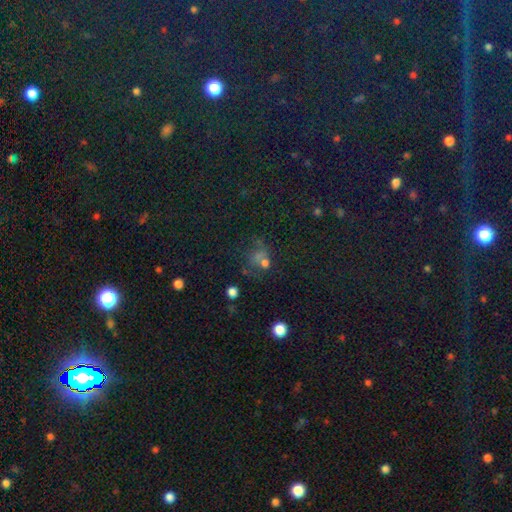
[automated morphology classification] smooth-or-featured: star or artifact: 46% | smooth: 38% | featured or disk: 16%